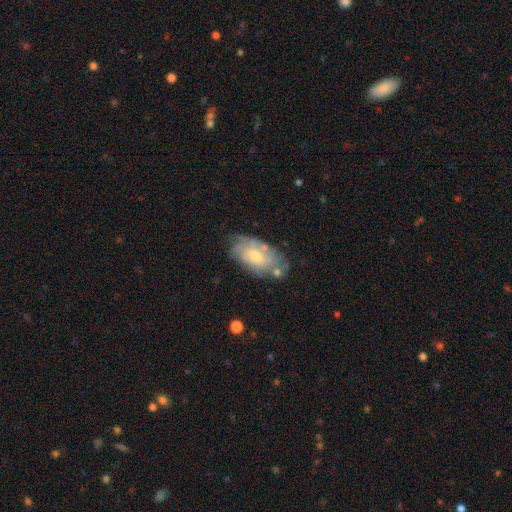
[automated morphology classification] smooth-or-featured: featured or disk: 58% | smooth: 36% | star or artifact: 7%
  disk-edge-on: no: 93% | yes: 7%
    bar: no: 67% | weak: 29% | strong: 4%
    has-spiral-arms: yes: 72% | no: 28%
    bulge-size: moderate: 53% | small: 39% | large: 4% | none: 3% | dominant: 1%
  merging: none: 60% | minor disturbance: 26% | major disturbance: 9% | merger: 6%